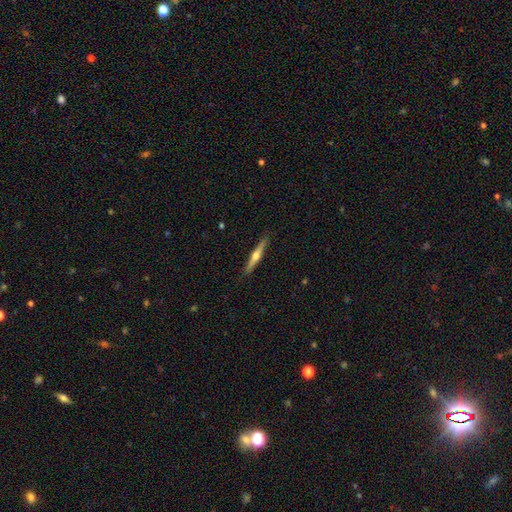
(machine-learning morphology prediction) type=featured or disk (66%); edge-on=yes (98%); edge-on bulge=rounded (91%); merging=none (90%).